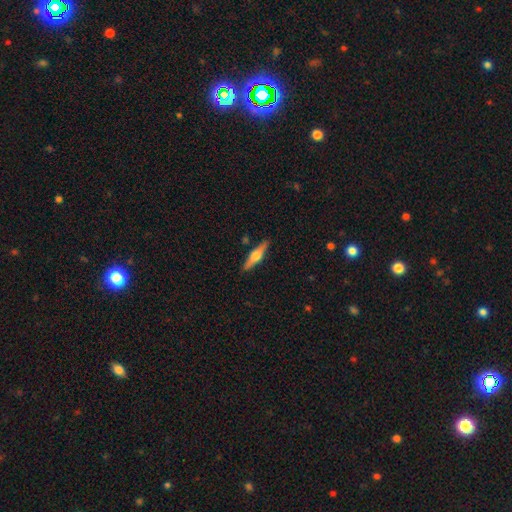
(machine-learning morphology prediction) The model was most divided on "smooth or featured": featured or disk: 62%, smooth: 33%, star or artifact: 6%. More confident: edge-on disk — yes (96%); edge-on bulge — rounded (92%); merging — none (89%).